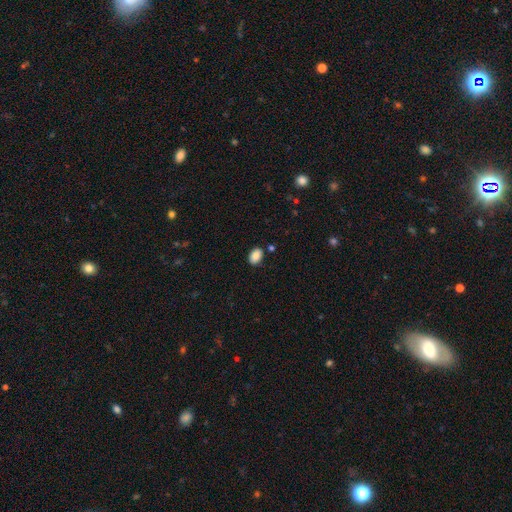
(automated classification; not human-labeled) Smooth or featured?
  - smooth: 86% *
  - star or artifact: 8%
  - featured or disk: 6%
How rounded?
  - in between: 82% *
  - round: 17%
  - cigar-shaped: 1%
Merging?
  - none: 83% *
  - minor disturbance: 11%
  - merger: 4%
  - major disturbance: 2%